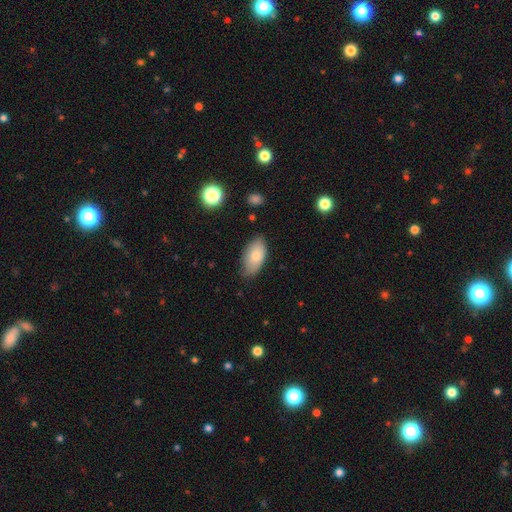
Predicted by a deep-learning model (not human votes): Morphology: type=smooth (75%); roundness=in between (93%); merging=none (72%).